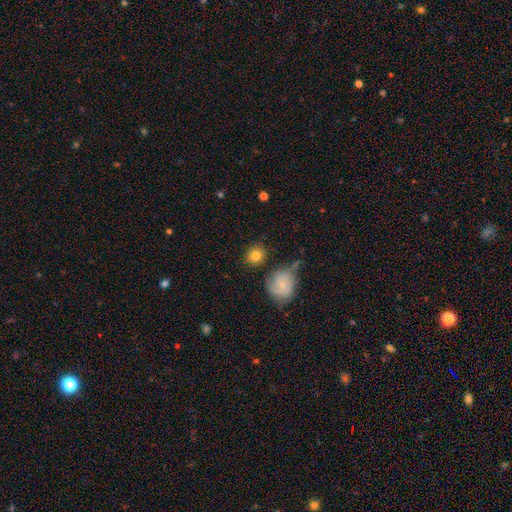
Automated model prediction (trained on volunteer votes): This appears to be a smooth galaxy with no disk features (80%) that is round (83%). Merging: none (78%).